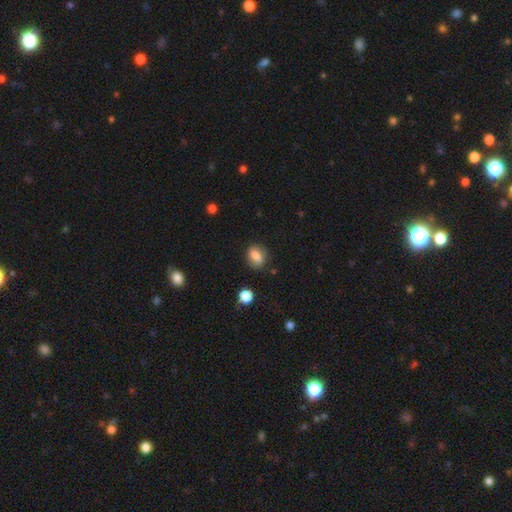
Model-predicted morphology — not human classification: smooth 76%, featured or disk 15%, star or artifact 9%. Down the decision tree: how rounded — in between (66%); merging — none (76%).